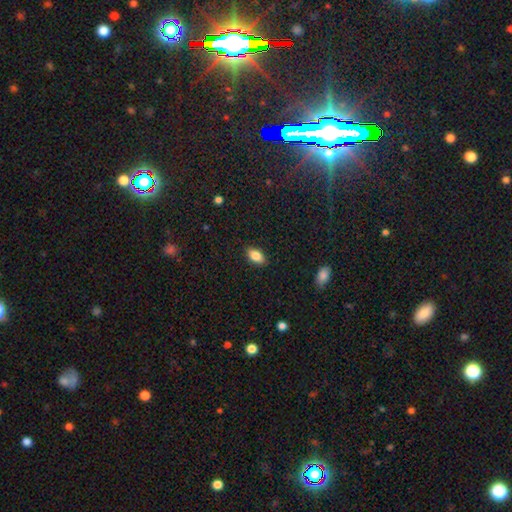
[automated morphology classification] type=smooth (84%); roundness=in between (91%); merging=none (88%).